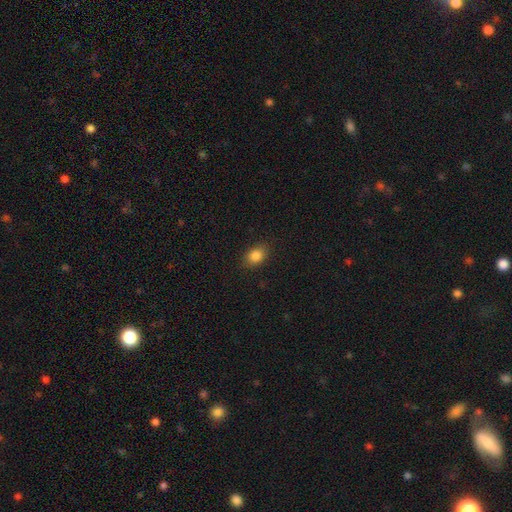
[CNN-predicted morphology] smooth_or_featured: smooth (p=0.85) [alt: star or artifact p=0.10]
how_rounded: in between (p=0.70) [alt: round p=0.29]
merging: none (p=0.86) [alt: minor disturbance p=0.10]